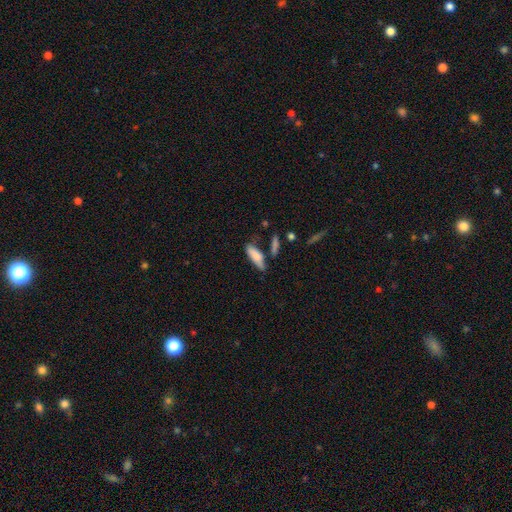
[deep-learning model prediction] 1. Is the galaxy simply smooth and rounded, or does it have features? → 80% smooth, 14% featured or disk, 7% star or artifact.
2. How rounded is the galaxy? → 59% in between, 39% cigar-shaped, 2% round.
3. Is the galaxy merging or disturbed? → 52% none, 28% minor disturbance, 11% merger, 9% major disturbance.